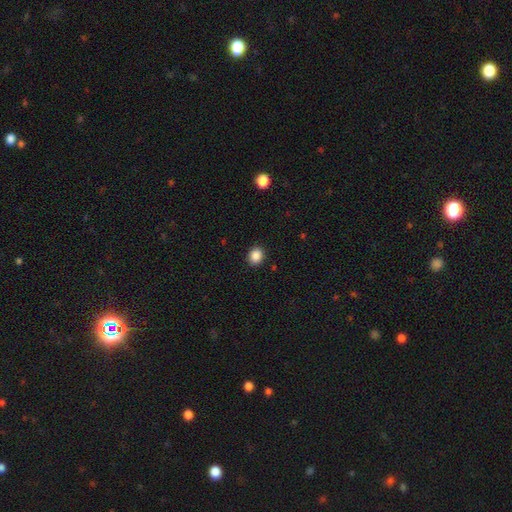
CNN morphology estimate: The model was most divided on "how rounded": round: 65%, in between: 34%, cigar-shaped: 1%. More confident: merging — none (91%); smooth or featured — smooth (87%).